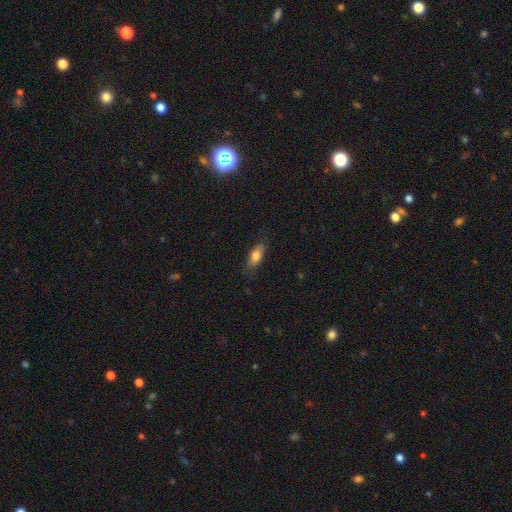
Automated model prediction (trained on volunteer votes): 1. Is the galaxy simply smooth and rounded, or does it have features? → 78% smooth, 15% featured or disk, 7% star or artifact.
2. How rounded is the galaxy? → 76% in between, 21% cigar-shaped, 3% round.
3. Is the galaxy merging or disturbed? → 82% none, 14% minor disturbance, 3% major disturbance, 1% merger.